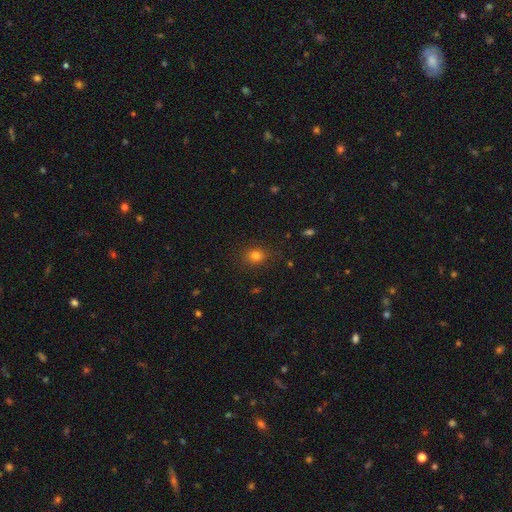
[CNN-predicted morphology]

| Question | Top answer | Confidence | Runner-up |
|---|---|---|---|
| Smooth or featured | smooth | 78% | star or artifact (15%) |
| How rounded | round | 72% | in between (27%) |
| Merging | none | 83% | minor disturbance (12%) |